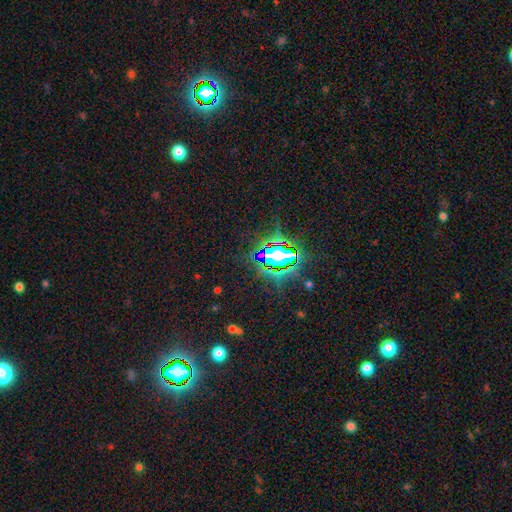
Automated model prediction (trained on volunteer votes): This is likely a star or artifact rather than a galaxy (79%).